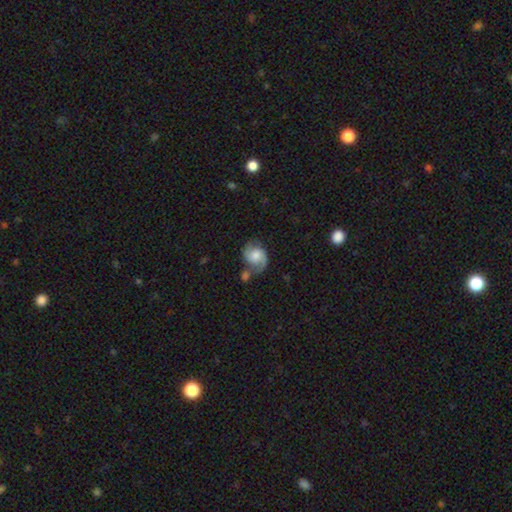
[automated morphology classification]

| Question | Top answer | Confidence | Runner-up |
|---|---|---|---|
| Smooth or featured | featured or disk | 62% | smooth (31%) |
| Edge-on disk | no | 98% | yes (2%) |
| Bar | no | 64% | weak (30%) |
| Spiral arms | yes | 90% | no (10%) |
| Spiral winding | medium | 49% | loose (28%) |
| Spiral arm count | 2 | 89% | can't tell (5%) |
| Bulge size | moderate | 45% | large (26%) |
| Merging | none | 52% | minor disturbance (22%) |